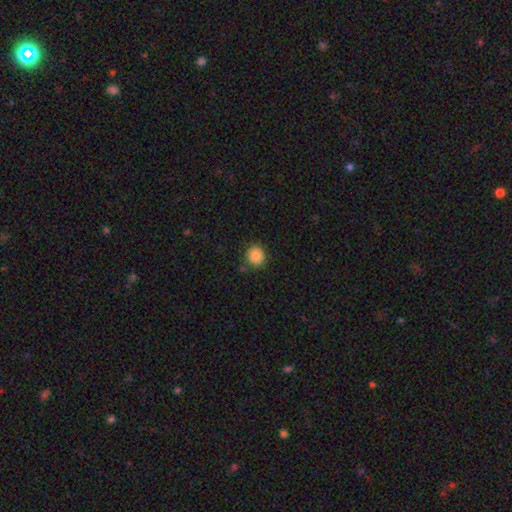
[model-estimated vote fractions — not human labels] Morphology: type=smooth (87%); roundness=round (75%); merging=none (84%).